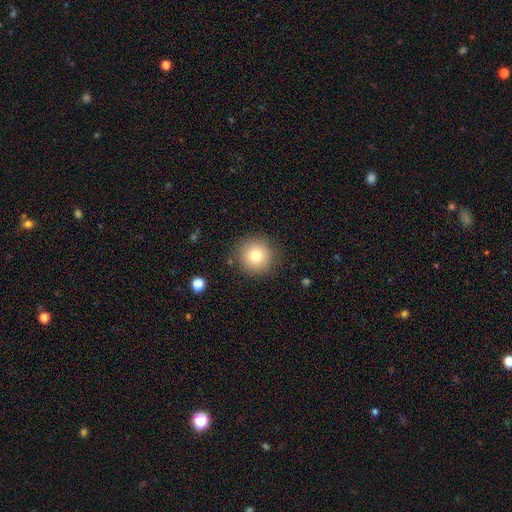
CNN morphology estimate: type=smooth (78%); roundness=round (94%); merging=none (87%).